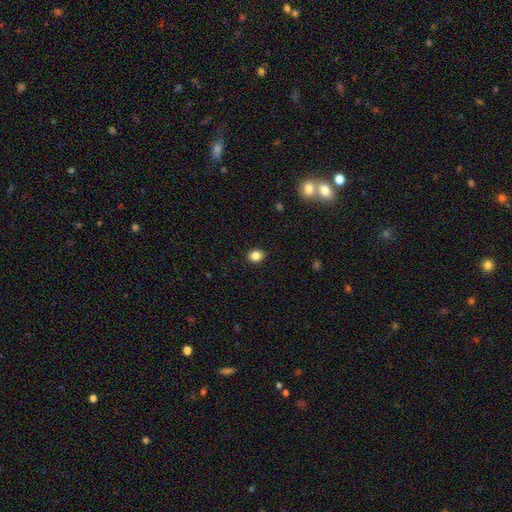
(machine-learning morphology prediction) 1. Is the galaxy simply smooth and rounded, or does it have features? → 85% smooth, 11% star or artifact, 5% featured or disk.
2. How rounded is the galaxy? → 60% round, 39% in between, 1% cigar-shaped.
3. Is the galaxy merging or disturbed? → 90% none, 7% minor disturbance, 2% major disturbance, 1% merger.